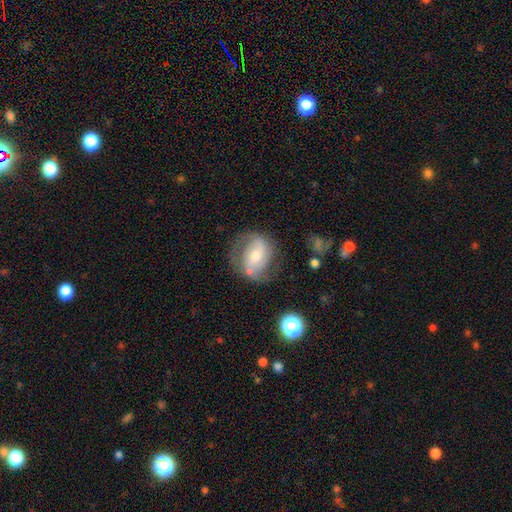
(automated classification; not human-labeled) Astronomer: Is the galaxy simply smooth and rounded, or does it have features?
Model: featured or disk — 65%.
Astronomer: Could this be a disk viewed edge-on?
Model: no — 96%.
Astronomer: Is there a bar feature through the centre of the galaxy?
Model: no — 41% (runner-up: weak, 36%).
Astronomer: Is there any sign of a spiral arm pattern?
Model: yes — 80%.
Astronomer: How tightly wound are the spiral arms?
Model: medium — 46% (runner-up: loose, 29%).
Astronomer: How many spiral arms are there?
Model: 2 — 79%.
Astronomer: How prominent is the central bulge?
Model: moderate — 56% (runner-up: small, 38%).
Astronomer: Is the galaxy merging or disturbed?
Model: none — 61%.